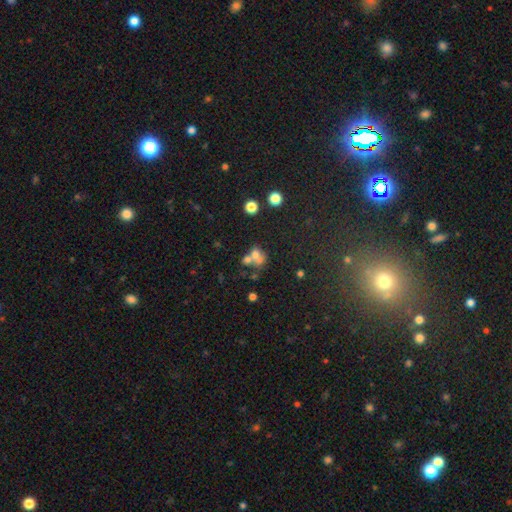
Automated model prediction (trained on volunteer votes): This appears to be a smooth galaxy with no disk features (59%) that is round (54%). Merging: merger (57%).